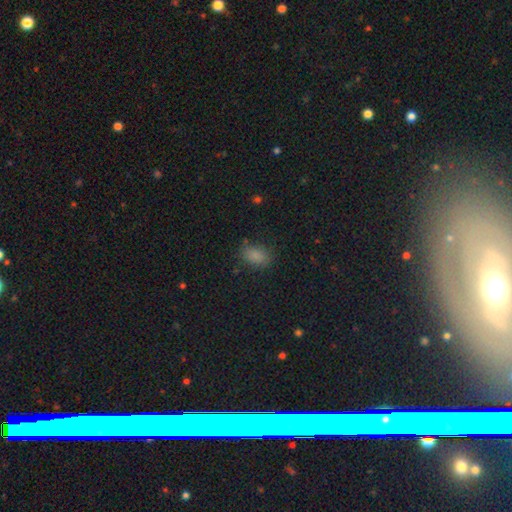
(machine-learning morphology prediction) type=smooth (83%); roundness=in between (88%); merging=none (79%).